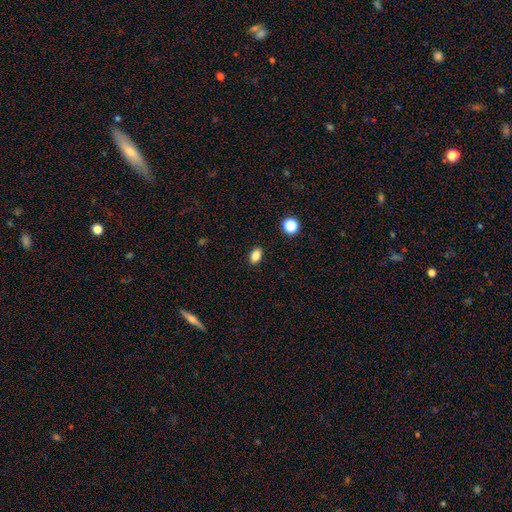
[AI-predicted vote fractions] A smooth galaxy with no disk features (85%) that is in between round and cigar-shaped (85%).

Vote fractions:
- Smooth or featured? smooth: 85% / star or artifact: 11% / featured or disk: 5%
- How rounded? in between: 85% / round: 14% / cigar-shaped: 2%
- Merging? none: 89% / minor disturbance: 7% / major disturbance: 2% / merger: 1%